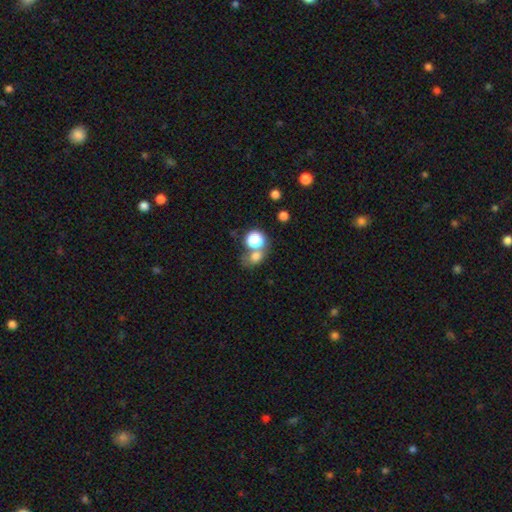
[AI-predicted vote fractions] A smooth galaxy with no disk features (71%) that is round (63%).

Vote fractions:
- Smooth or featured? smooth: 71% / star or artifact: 19% / featured or disk: 10%
- How rounded? round: 63% / in between: 36% / cigar-shaped: 1%
- Merging? none: 45% / merger: 38% / minor disturbance: 10% / major disturbance: 7%